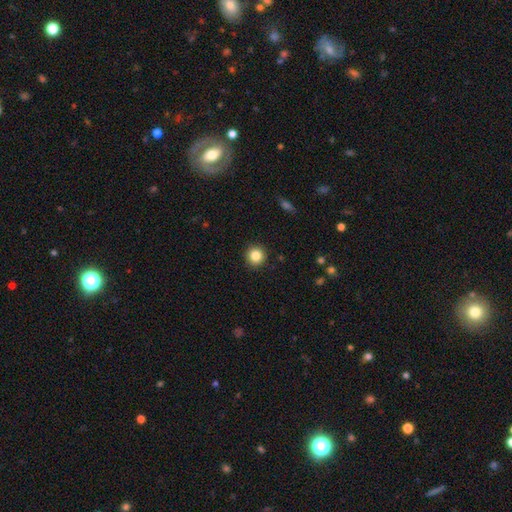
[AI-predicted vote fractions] Overall: smooth (84%). How rounded: round (95%). Merging: none (92%).